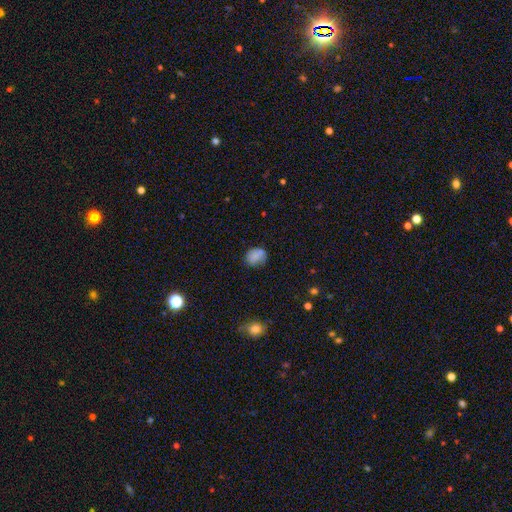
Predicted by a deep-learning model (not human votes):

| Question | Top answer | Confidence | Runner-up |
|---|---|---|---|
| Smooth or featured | smooth | 80% | star or artifact (11%) |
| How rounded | round | 57% | in between (42%) |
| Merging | none | 61% | minor disturbance (25%) |